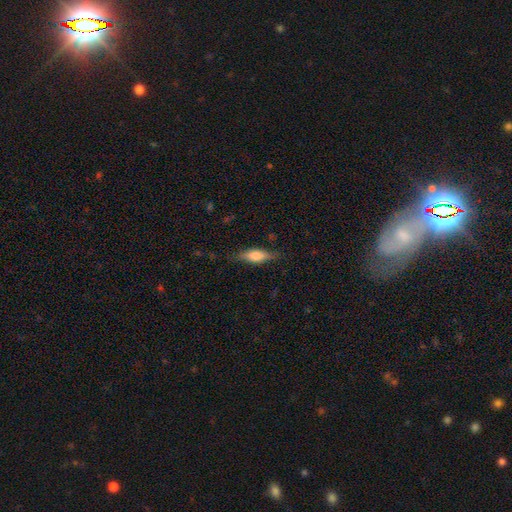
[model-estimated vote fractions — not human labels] Smooth or featured? smooth (62%)
How rounded? in between (57%)
Merging? none (77%)